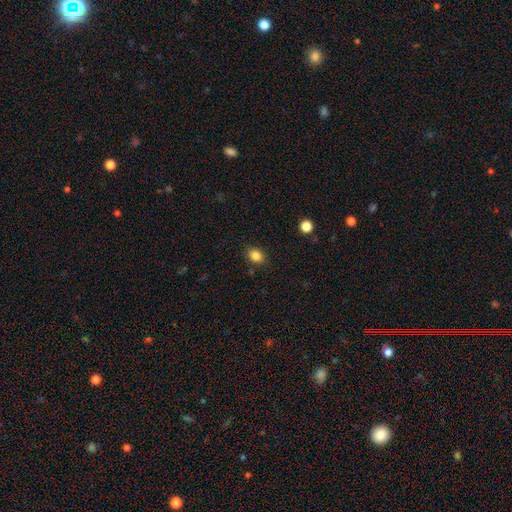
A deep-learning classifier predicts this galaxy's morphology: Smooth or featured? Predicted: smooth (p=0.84). How rounded? Predicted: in between (p=0.53). Merging? Predicted: none (p=0.86).